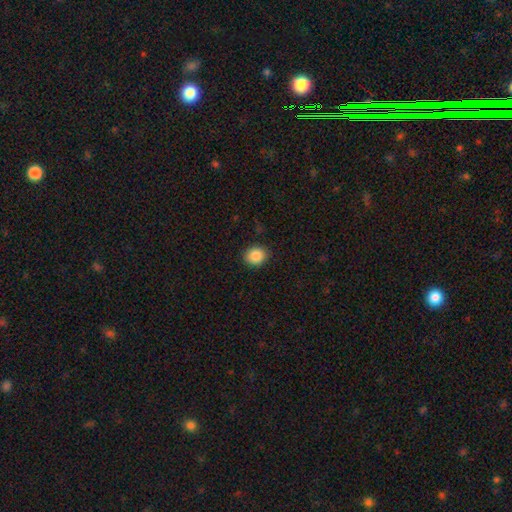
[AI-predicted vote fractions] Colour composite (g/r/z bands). It shows a smooth galaxy with no disk features (87%) that is round (70%). Merging: none (90%).